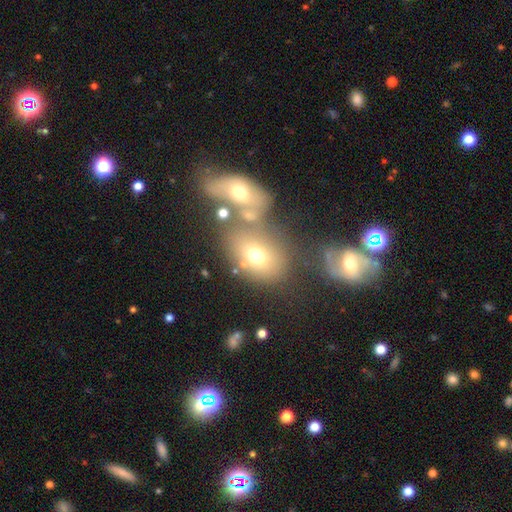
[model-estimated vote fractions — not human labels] The model was most divided on "merging" (2-way tie): merger: 38%, none: 38%, minor disturbance: 13%, major disturbance: 11%. More confident: smooth or featured — smooth (66%); how rounded — in between (53%).